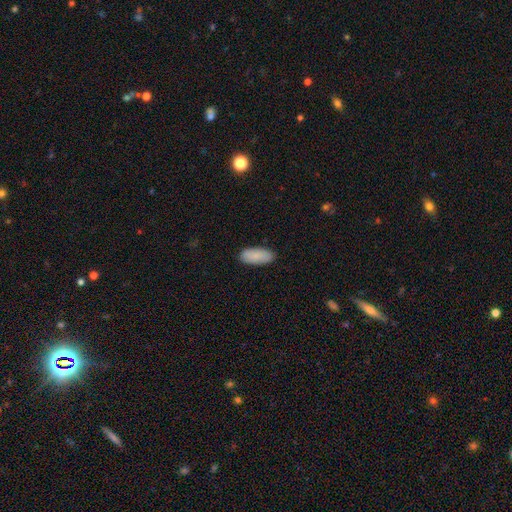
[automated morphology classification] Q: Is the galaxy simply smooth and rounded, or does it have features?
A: smooth — 87%.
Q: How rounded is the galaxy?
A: in between — 86%.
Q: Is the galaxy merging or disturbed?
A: none — 87%.